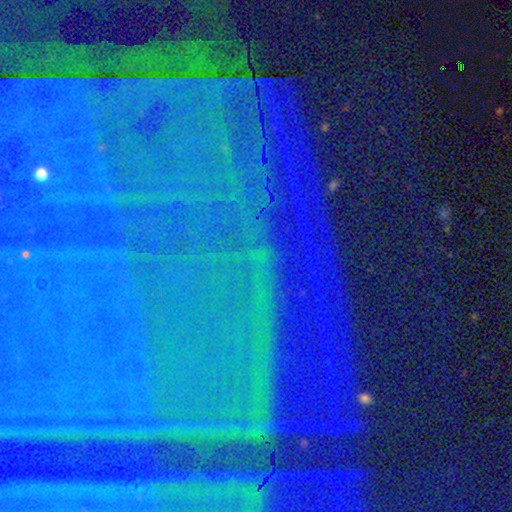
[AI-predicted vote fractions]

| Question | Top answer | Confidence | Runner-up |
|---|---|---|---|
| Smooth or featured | star or artifact | 87% | featured or disk (8%) |